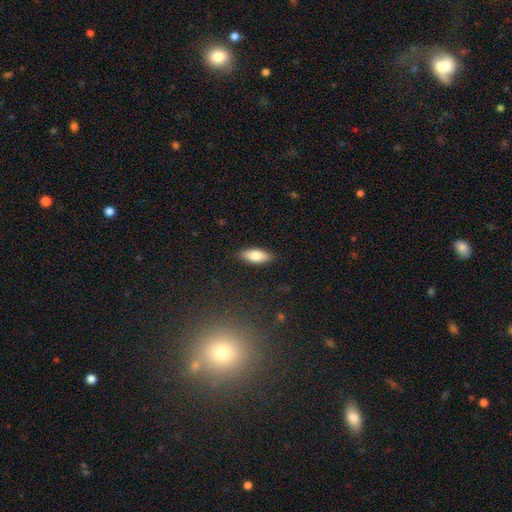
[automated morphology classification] smooth-or-featured: smooth: 79% | featured or disk: 14% | star or artifact: 6%
  how-rounded: in between: 73% | cigar-shaped: 25% | round: 2%
  merging: none: 88% | minor disturbance: 9% | major disturbance: 2% | merger: 1%